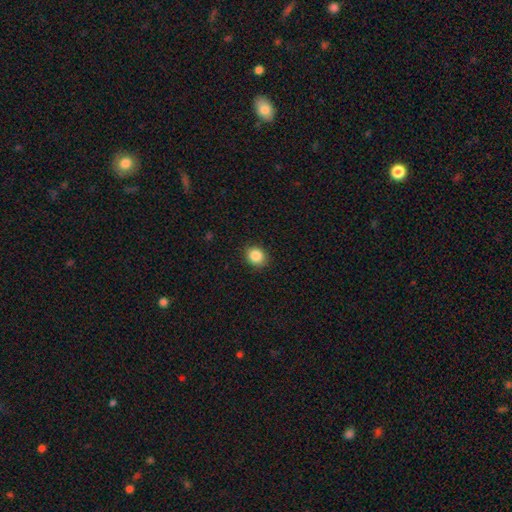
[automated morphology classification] Overall: smooth (87%). How rounded: round (72%). Merging: none (90%).